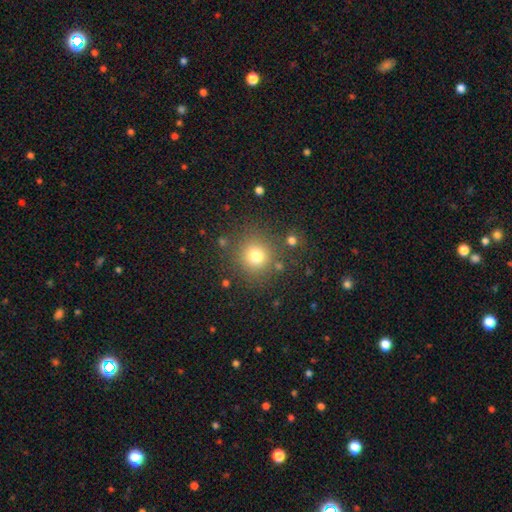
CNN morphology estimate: Overall: smooth (77%). How rounded: round (93%). Merging: none (83%).